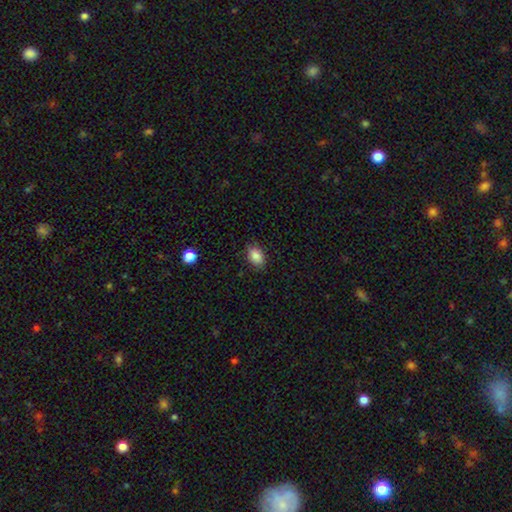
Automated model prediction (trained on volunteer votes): Smooth or featured? smooth (86%)
How rounded? in between (85%)
Merging? none (85%)